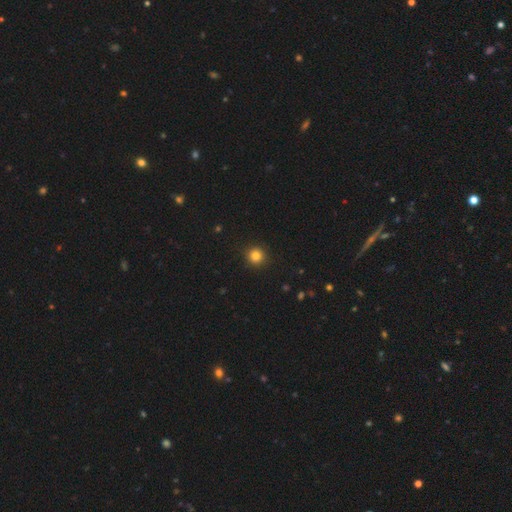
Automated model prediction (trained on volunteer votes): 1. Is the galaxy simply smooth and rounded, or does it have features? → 83% smooth, 12% star or artifact, 5% featured or disk.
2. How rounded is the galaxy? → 95% round, 4% in between, 1% cigar-shaped.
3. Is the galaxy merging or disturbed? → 92% none, 5% minor disturbance, 2% major disturbance, 1% merger.